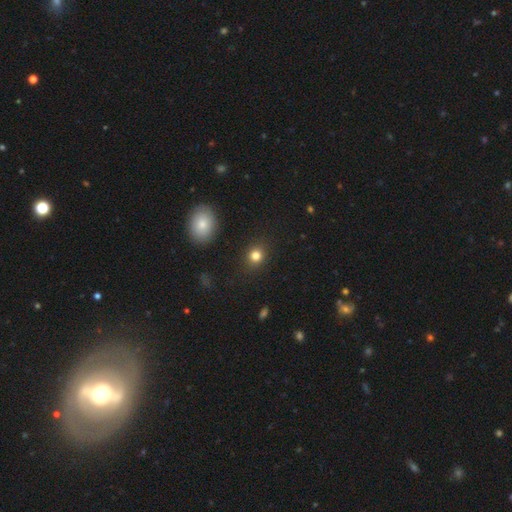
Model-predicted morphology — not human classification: Smooth or featured?
  - smooth: 82% *
  - star or artifact: 12%
  - featured or disk: 6%
How rounded?
  - round: 76% *
  - in between: 23%
  - cigar-shaped: 1%
Merging?
  - none: 88% *
  - minor disturbance: 8%
  - major disturbance: 3%
  - merger: 2%